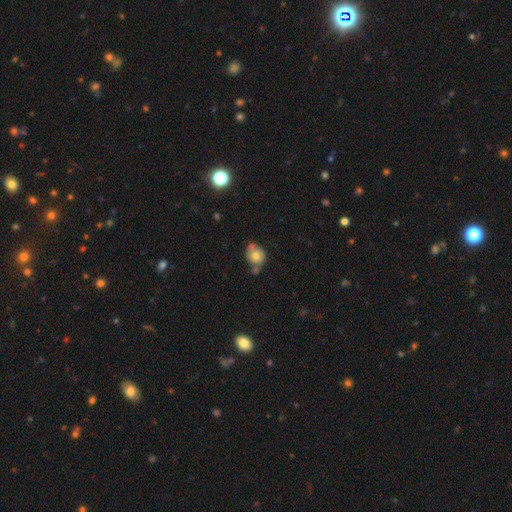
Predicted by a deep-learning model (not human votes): smooth_or_featured: smooth (p=0.62) [alt: featured or disk p=0.28]
how_rounded: round (p=0.63) [alt: in between p=0.36]
merging: none (p=0.46) [alt: minor disturbance p=0.24]